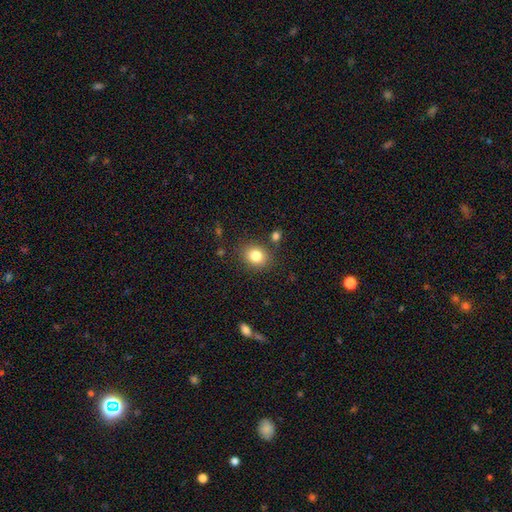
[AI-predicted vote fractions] A smooth galaxy with no disk features (82%) that is round (63%).

Vote fractions:
- Smooth or featured? smooth: 82% / star or artifact: 10% / featured or disk: 7%
- How rounded? round: 63% / in between: 36% / cigar-shaped: 1%
- Merging? none: 82% / minor disturbance: 10% / merger: 5% / major disturbance: 3%